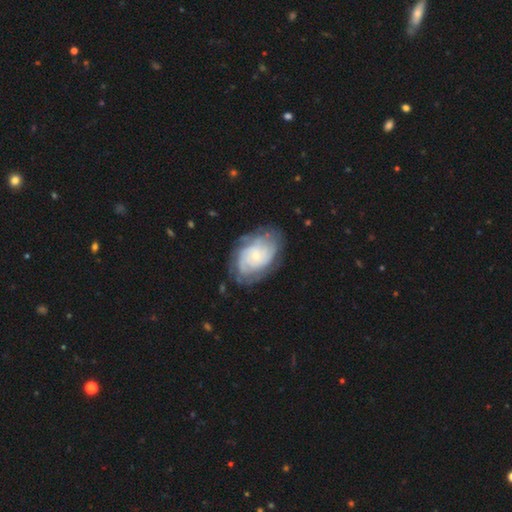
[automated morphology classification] featured or disk 70%, smooth 23%, star or artifact 6%. Down the decision tree: edge-on disk — no (96%); bar — no (79%); spiral arms — yes (86%); spiral arm count — can't tell (51%); spiral winding — tight (63%); bulge size — small (77%); merging — none (69%).